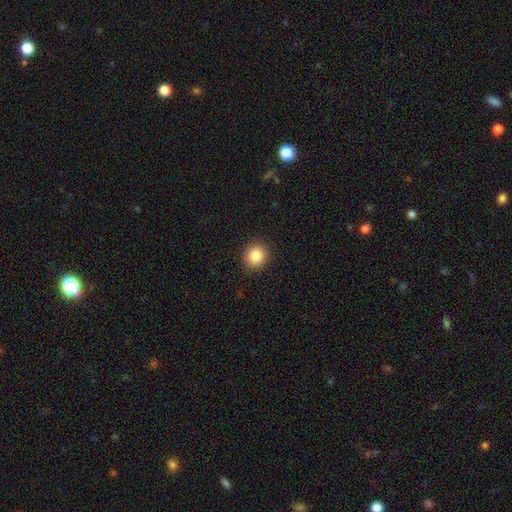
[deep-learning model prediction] Smooth or featured? Predicted: smooth (p=0.86). How rounded? Predicted: round (p=0.85). Merging? Predicted: none (p=0.91).